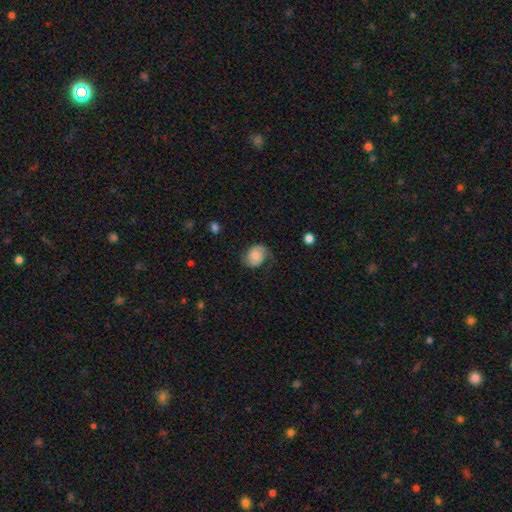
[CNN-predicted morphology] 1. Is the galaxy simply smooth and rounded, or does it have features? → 53% smooth, 39% featured or disk, 9% star or artifact.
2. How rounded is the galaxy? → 52% in between, 47% round, 1% cigar-shaped.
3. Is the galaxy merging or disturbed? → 52% none, 28% minor disturbance, 18% major disturbance, 2% merger.